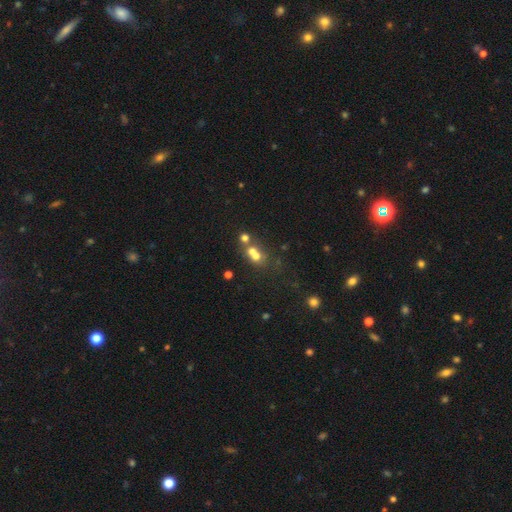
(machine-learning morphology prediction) type=smooth (59%); roundness=round (69%); merging=merger (58%).